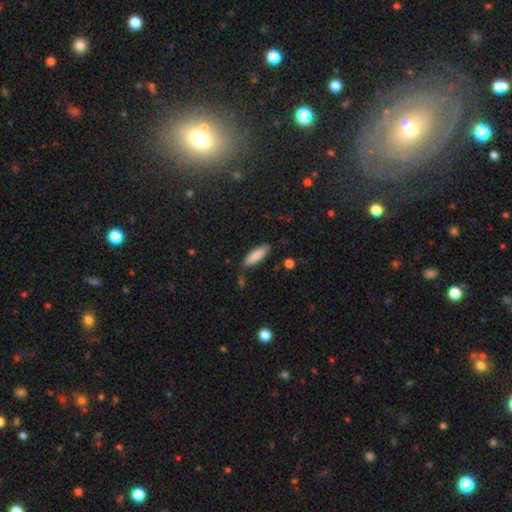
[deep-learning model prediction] This appears to be a smooth galaxy with no disk features (86%) that is cigar-shaped (56%). Merging: none (83%).